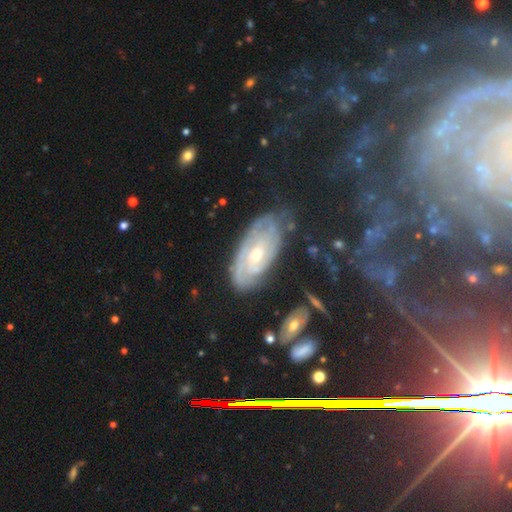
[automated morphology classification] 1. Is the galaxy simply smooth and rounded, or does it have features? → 79% featured or disk, 14% smooth, 7% star or artifact.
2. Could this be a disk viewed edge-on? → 92% no, 8% yes.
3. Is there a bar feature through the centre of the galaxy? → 61% no, 32% weak, 7% strong.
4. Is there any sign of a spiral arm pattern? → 90% yes, 10% no.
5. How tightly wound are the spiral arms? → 75% tight, 20% medium, 5% loose.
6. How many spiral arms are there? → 52% can't tell, 24% 2, 11% 3, 5% 4, 5% 1, 4% more than 4.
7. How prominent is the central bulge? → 57% moderate, 38% small, 3% large, 1% none, 1% dominant.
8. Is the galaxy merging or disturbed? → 69% none, 22% minor disturbance, 7% major disturbance, 2% merger.